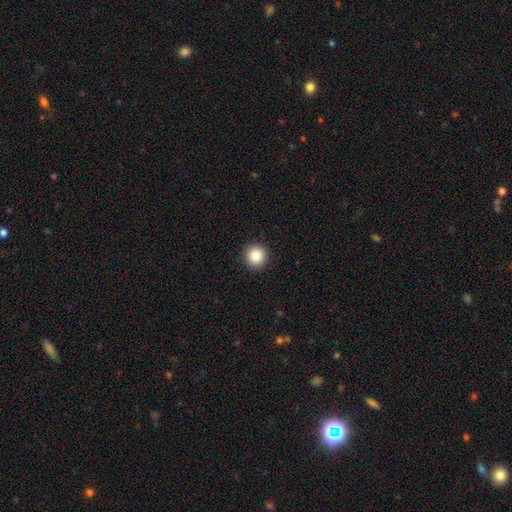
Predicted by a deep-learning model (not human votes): A smooth galaxy with no disk features (86%) that is round (95%). Merging: none (93%).